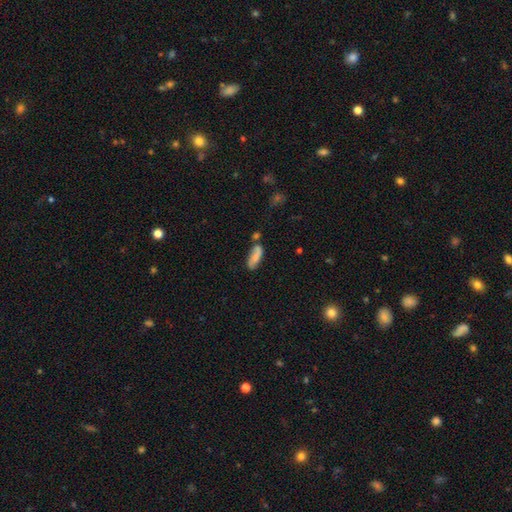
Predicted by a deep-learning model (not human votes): smooth 65%, featured or disk 28%, star or artifact 8%. Down the decision tree: how rounded — in between (70%); merging — none (60%).